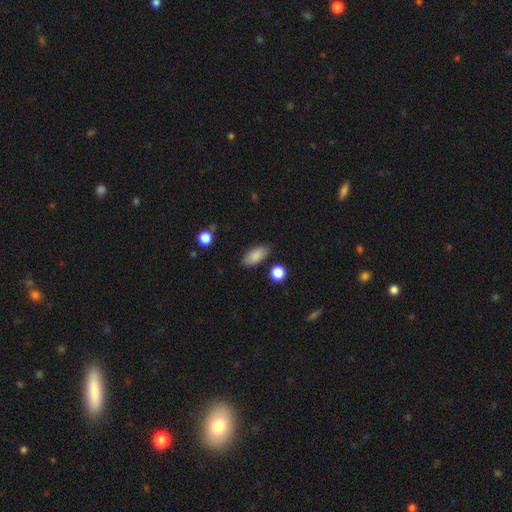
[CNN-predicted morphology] The model was most divided on "merging": none: 84%, minor disturbance: 11%, major disturbance: 3%, merger: 3%. More confident: how rounded — in between (90%); smooth or featured — smooth (86%).